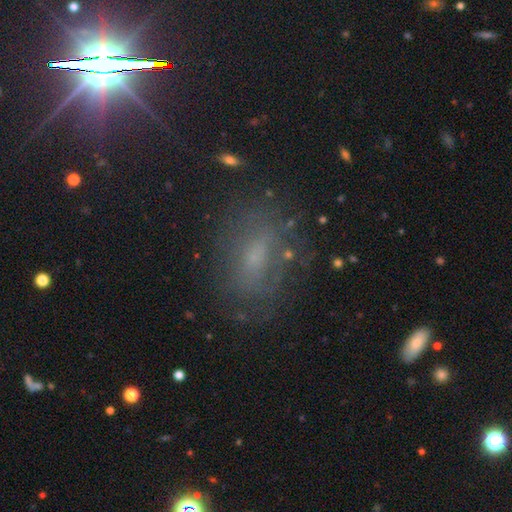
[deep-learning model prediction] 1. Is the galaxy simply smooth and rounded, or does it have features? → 38% smooth, 33% featured or disk, 29% star or artifact.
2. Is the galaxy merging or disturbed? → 71% none, 17% minor disturbance, 10% major disturbance, 2% merger.